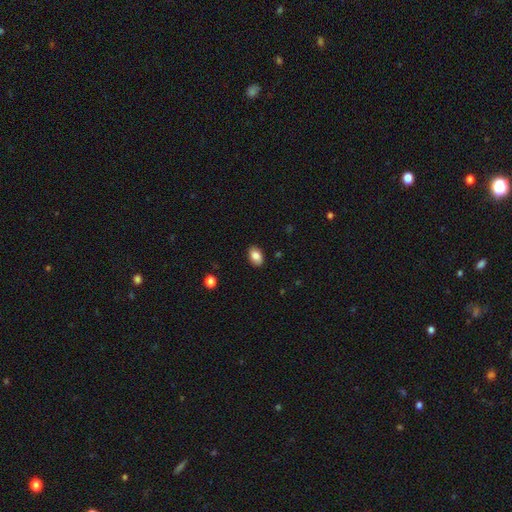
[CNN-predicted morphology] Q: Smooth or featured?
A: smooth (84%); runner-up: featured or disk (8%)
Q: How rounded?
A: in between (88%); runner-up: round (11%)
Q: Merging?
A: none (87%); runner-up: minor disturbance (10%)